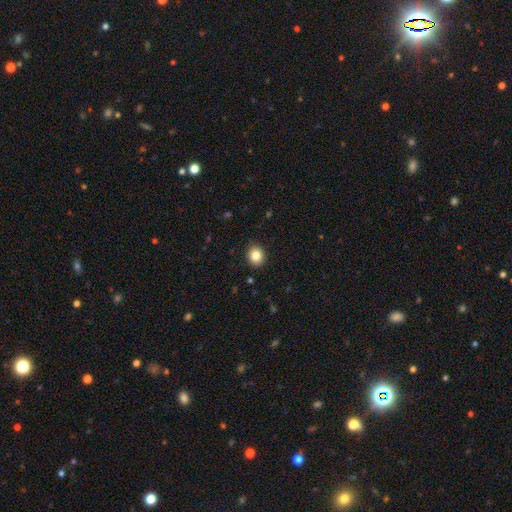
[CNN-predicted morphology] Overall: smooth (84%). How rounded: round (72%). Merging: none (90%).